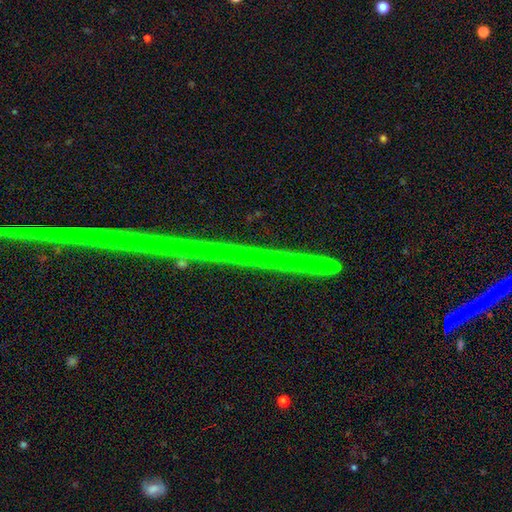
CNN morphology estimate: This appears to be a star or artifact, not a galaxy (76%).